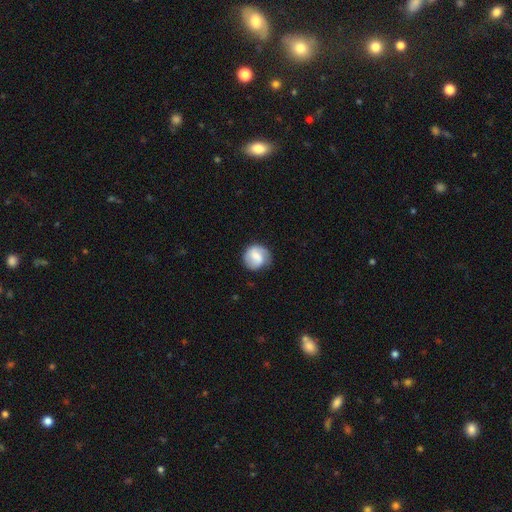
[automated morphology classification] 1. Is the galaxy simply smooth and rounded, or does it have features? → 47% featured or disk, 46% smooth, 7% star or artifact.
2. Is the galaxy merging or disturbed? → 73% none, 18% minor disturbance, 7% major disturbance, 2% merger.